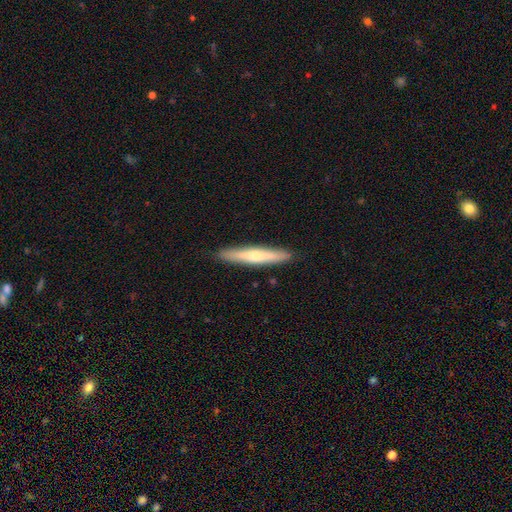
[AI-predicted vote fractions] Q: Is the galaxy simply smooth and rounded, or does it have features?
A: smooth — 51%.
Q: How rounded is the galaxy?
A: cigar-shaped — 93%.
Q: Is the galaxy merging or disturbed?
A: none — 91%.